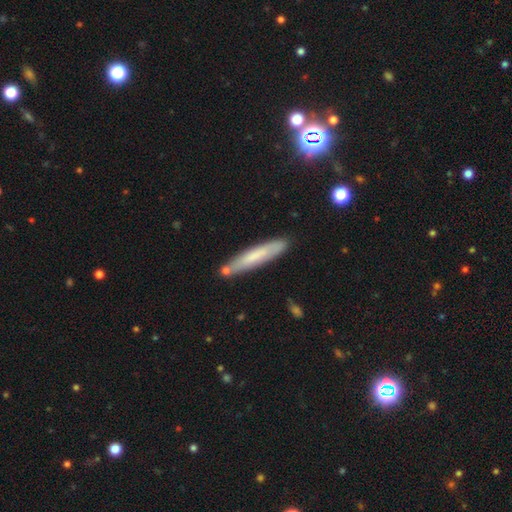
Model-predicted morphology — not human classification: Q: Smooth or featured?
A: smooth (65%); runner-up: featured or disk (28%)
Q: How rounded?
A: cigar-shaped (90%); runner-up: in between (9%)
Q: Merging?
A: none (79%); runner-up: minor disturbance (13%)